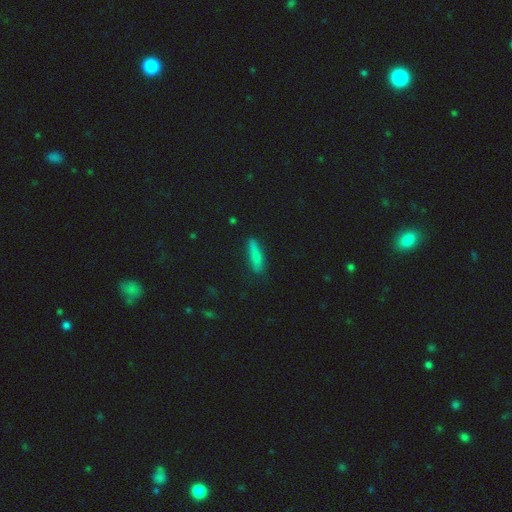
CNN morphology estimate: Smooth or featured? Predicted: smooth (p=0.77). How rounded? Predicted: cigar-shaped (p=0.75). Merging? Predicted: none (p=0.77).